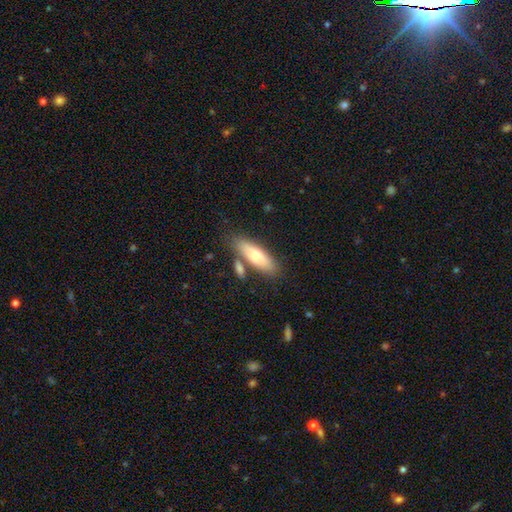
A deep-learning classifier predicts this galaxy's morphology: smooth_or_featured: smooth (p=0.77) [alt: featured or disk p=0.17]
how_rounded: in between (p=0.49) [tied with: cigar-shaped p=0.49]
merging: none (p=0.68) [alt: merger p=0.15]